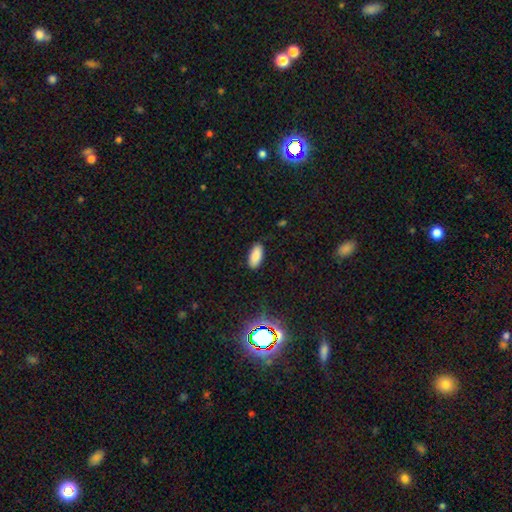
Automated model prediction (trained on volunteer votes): smooth-or-featured: smooth: 84% | star or artifact: 10% | featured or disk: 6%
  how-rounded: in between: 90% | cigar-shaped: 8% | round: 2%
  merging: none: 87% | minor disturbance: 10% | major disturbance: 2% | merger: 1%